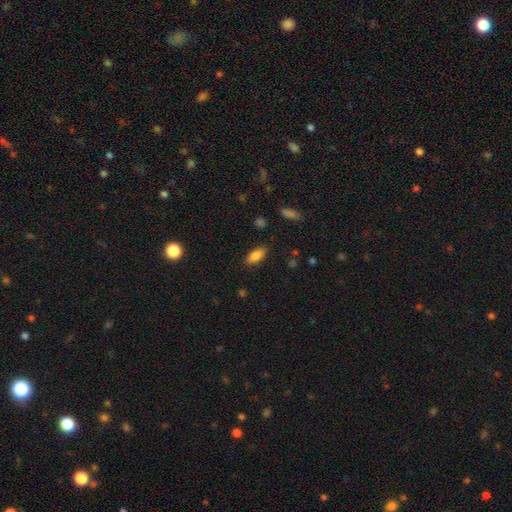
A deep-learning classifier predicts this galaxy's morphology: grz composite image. It shows a smooth galaxy with no disk features (81%) that is in between round and cigar-shaped (84%). Merging: none (84%).